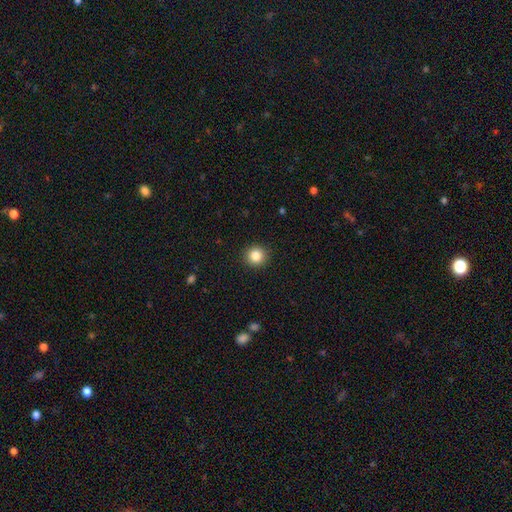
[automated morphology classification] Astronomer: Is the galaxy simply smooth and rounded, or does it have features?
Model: smooth — 85%.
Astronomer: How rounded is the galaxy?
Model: round — 93%.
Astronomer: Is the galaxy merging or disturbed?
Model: none — 92%.